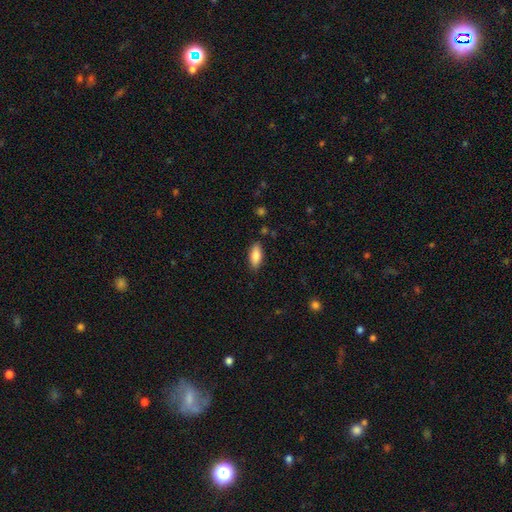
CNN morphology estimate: A smooth galaxy with no disk features (86%) that is in between round and cigar-shaped (83%).

Vote fractions:
- Smooth or featured? smooth: 86% / featured or disk: 7% / star or artifact: 6%
- How rounded? in between: 83% / cigar-shaped: 15% / round: 2%
- Merging? none: 85% / minor disturbance: 11% / major disturbance: 2% / merger: 2%